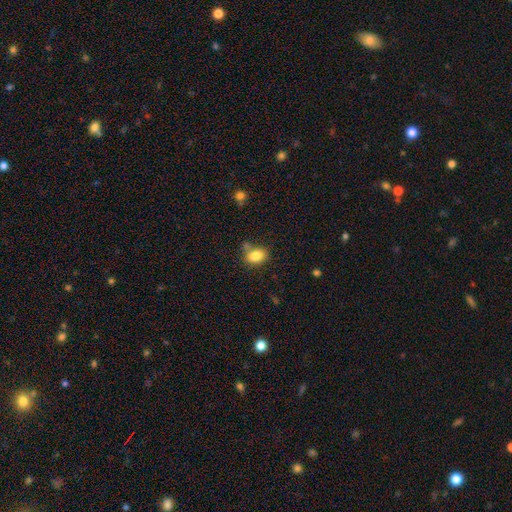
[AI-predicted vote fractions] Q: Smooth or featured?
A: smooth (83%); runner-up: star or artifact (9%)
Q: How rounded?
A: in between (71%); runner-up: round (27%)
Q: Merging?
A: none (63%); runner-up: minor disturbance (18%)